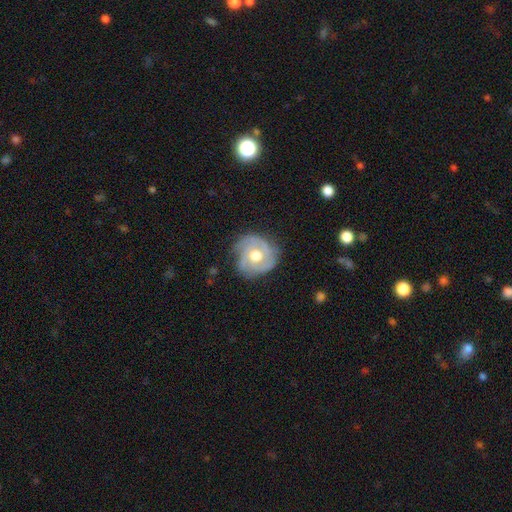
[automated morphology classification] Q: Smooth or featured?
A: featured or disk (71%); runner-up: smooth (23%)
Q: Edge-on disk?
A: no (97%); runner-up: yes (3%)
Q: Bar?
A: no (80%); runner-up: weak (17%)
Q: Spiral arms?
A: yes (84%); runner-up: no (16%)
Q: Spiral winding?
A: tight (55%); runner-up: medium (33%)
Q: Spiral arm count?
A: 3 (33%); runner-up: can't tell (27%)
Q: Bulge size?
A: moderate (74%); runner-up: large (18%)
Q: Merging?
A: none (66%); runner-up: minor disturbance (23%)